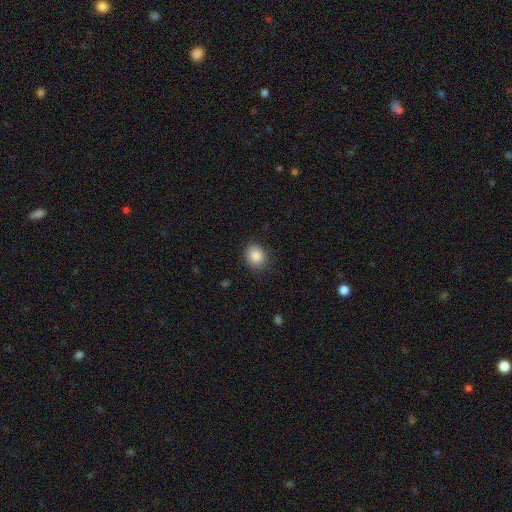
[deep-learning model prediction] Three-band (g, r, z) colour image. It shows a smooth galaxy with no disk features (87%) that is round (63%). Merging: none (85%).